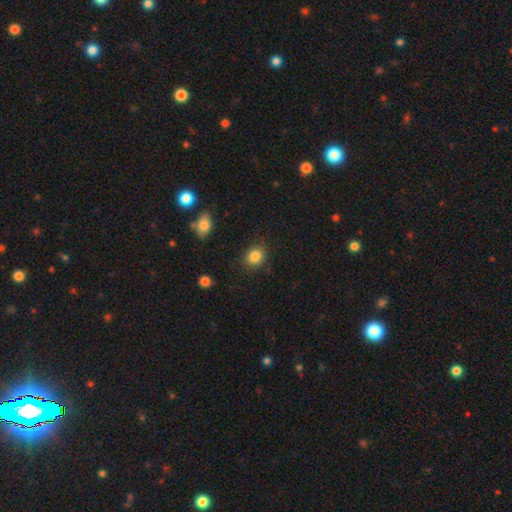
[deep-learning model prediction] Smooth or featured: smooth — 85% (star or artifact — 10%)
How rounded: round — 70% (in between — 29%)
Merging: none — 84% (minor disturbance — 11%)